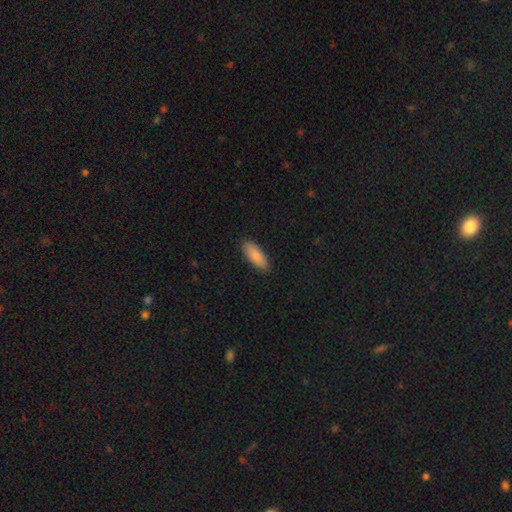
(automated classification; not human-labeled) Smooth or featured: smooth — 87% (featured or disk — 7%)
How rounded: in between — 77% (cigar-shaped — 22%)
Merging: none — 88% (minor disturbance — 10%)